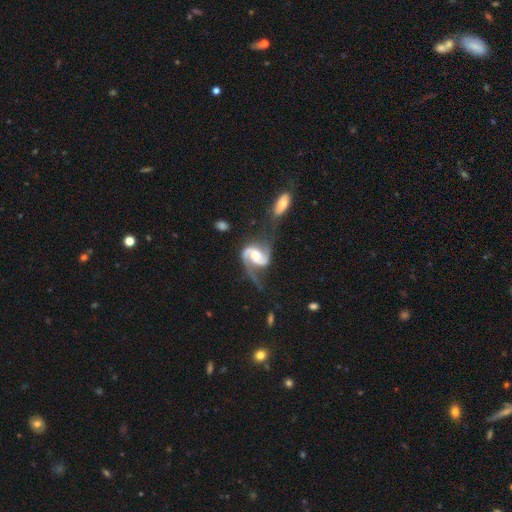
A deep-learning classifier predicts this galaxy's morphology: This appears to be a featured or disk galaxy (91%) with a weak bar (43%), 2 (91%) medium (52%) spiral arms (98%) and a moderate central bulge (49%). Merging: none (41%).